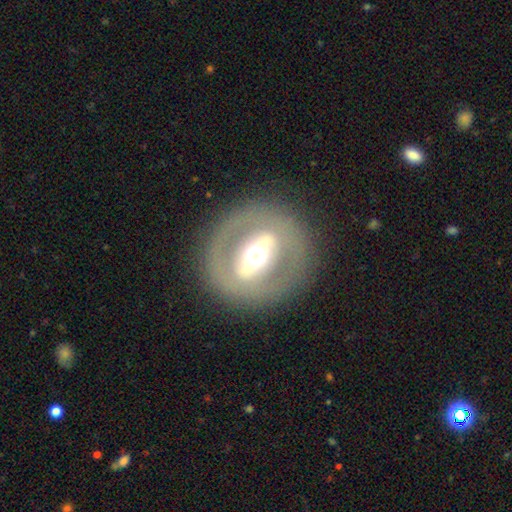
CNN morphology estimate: Overall: featured or disk (68%). Edge-on disk: no (80%). Bar: strong (67%). Spiral arms: no (87%). Bulge size: moderate (54%; large 31%). Merging: none (83%).